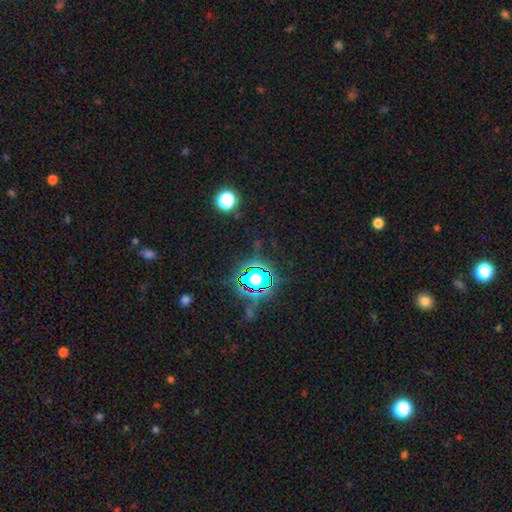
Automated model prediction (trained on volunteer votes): Morphology: type=star or artifact (81%).